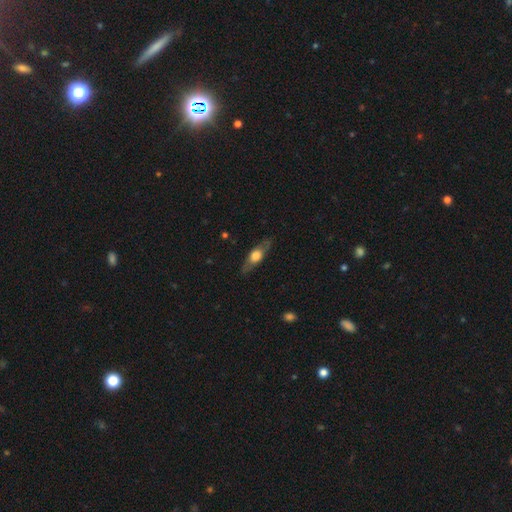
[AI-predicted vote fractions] This appears to be a featured or disk galaxy (52%) viewed edge-on (79%). Merging: none (82%).